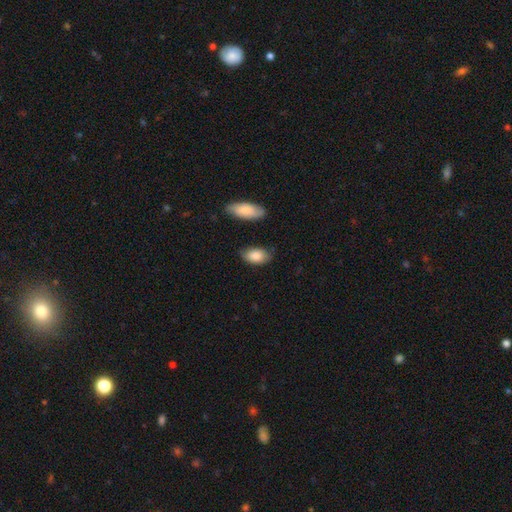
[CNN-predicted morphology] type=smooth (86%); roundness=in between (93%); merging=none (75%).